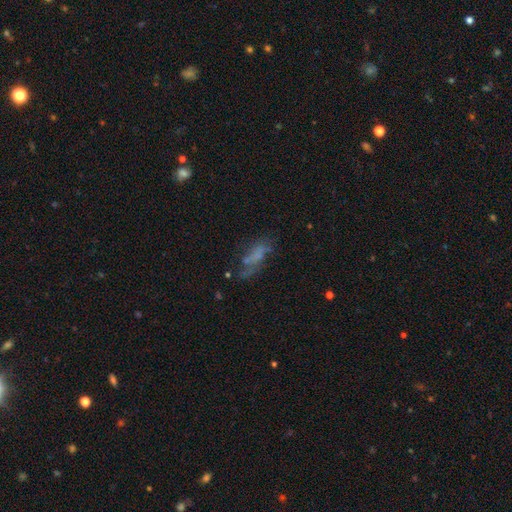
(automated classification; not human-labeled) smooth-or-featured: smooth: 45% | featured or disk: 38% | star or artifact: 17%
  merging: none: 47% | major disturbance: 23% | minor disturbance: 22% | merger: 8%